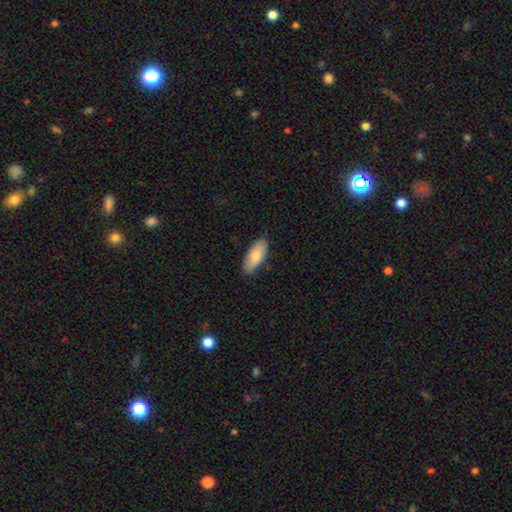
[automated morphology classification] smooth-or-featured: smooth: 81% | featured or disk: 13% | star or artifact: 6%
  how-rounded: in between: 82% | cigar-shaped: 17% | round: 2%
  merging: none: 83% | minor disturbance: 14% | major disturbance: 2% | merger: 1%